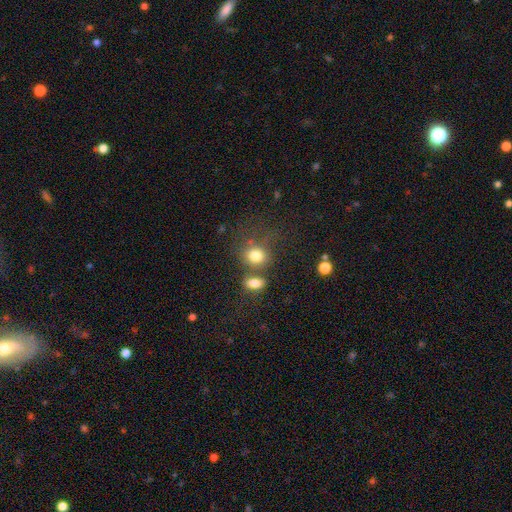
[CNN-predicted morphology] This is likely a smooth galaxy (79%). How rounded: likely round (65%). Merging: possibly none (49%).